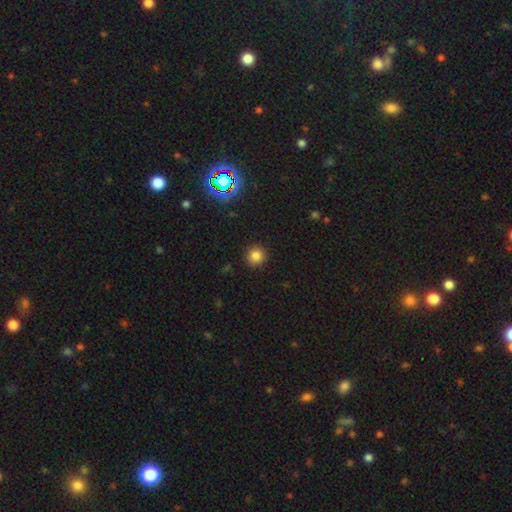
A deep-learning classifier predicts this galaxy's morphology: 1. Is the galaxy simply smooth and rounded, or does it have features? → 81% smooth, 14% star or artifact, 5% featured or disk.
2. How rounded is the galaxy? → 93% round, 6% in between, 1% cigar-shaped.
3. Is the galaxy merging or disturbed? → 91% none, 6% minor disturbance, 2% major disturbance, 1% merger.